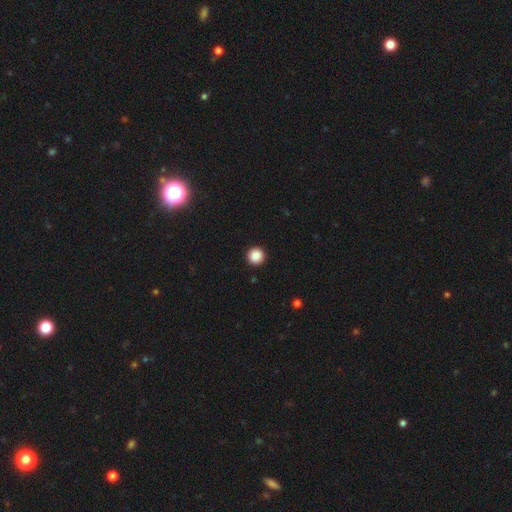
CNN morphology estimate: Q: Smooth or featured?
A: smooth (88%); runner-up: star or artifact (9%)
Q: How rounded?
A: round (97%); runner-up: in between (2%)
Q: Merging?
A: none (94%); runner-up: minor disturbance (4%)